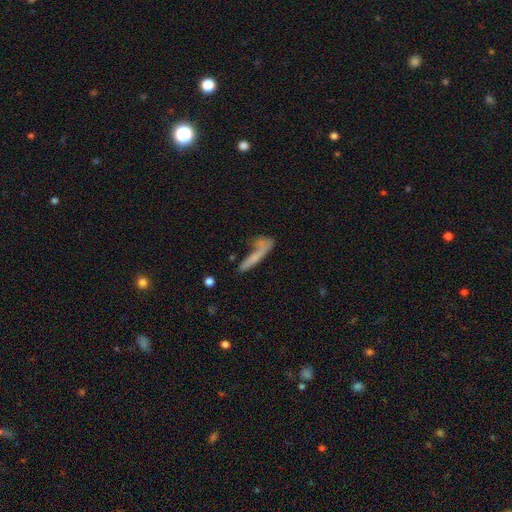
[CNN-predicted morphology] Smooth or featured? Predicted: smooth (p=0.57). How rounded? Predicted: cigar-shaped (p=0.83). Merging? Predicted: none (p=0.42).